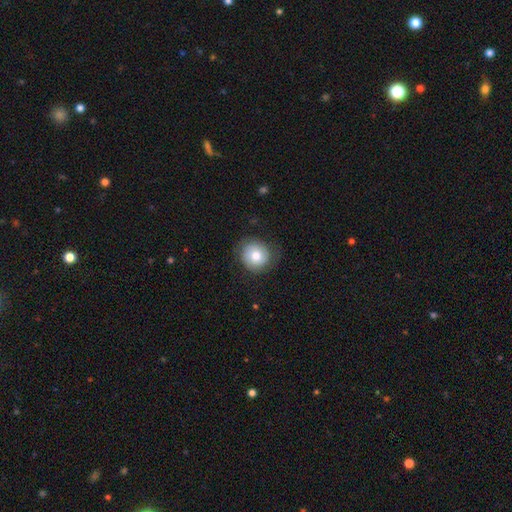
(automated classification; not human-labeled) smooth-or-featured: smooth: 68% | featured or disk: 23% | star or artifact: 8%
  how-rounded: round: 89% | in between: 10% | cigar-shaped: 1%
  merging: none: 77% | minor disturbance: 16% | major disturbance: 6% | merger: 1%